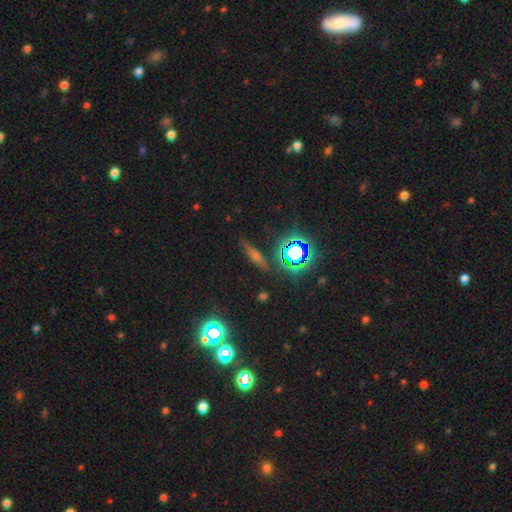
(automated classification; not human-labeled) Morphology: type=featured or disk (38%); merging=none (85%).